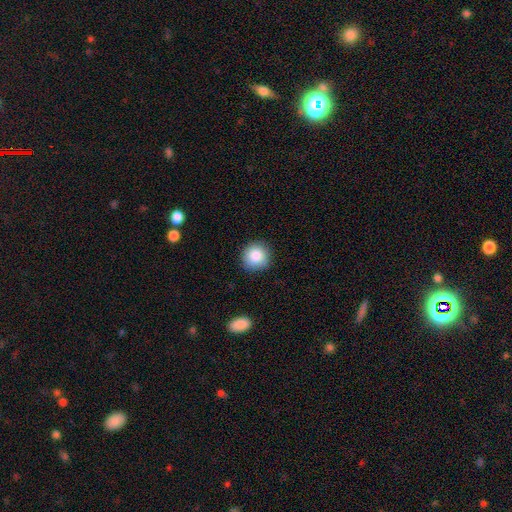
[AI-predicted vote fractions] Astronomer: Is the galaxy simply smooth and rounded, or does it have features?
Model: smooth — 86%.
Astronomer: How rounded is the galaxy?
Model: round — 93%.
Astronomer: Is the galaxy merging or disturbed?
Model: none — 89%.